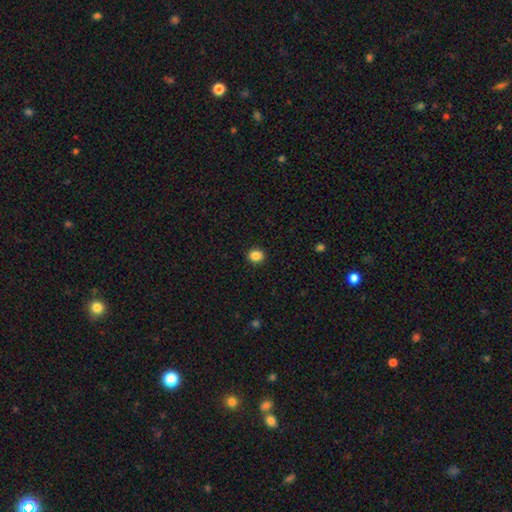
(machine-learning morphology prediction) A smooth galaxy with no disk features (86%) that is round (78%). Merging: none (91%).